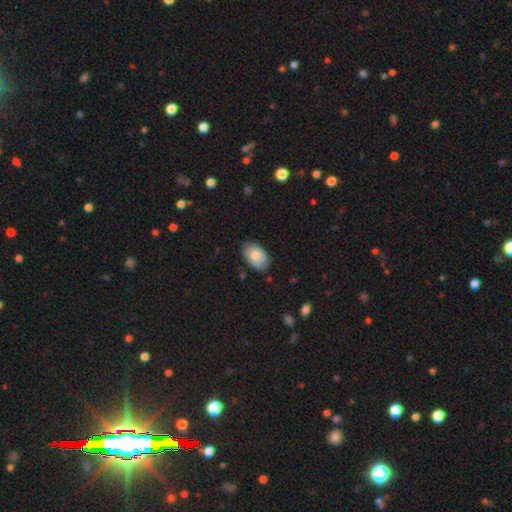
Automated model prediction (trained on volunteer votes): A smooth galaxy with no disk features (70%) that is in between round and cigar-shaped (91%). Merging: none (80%).